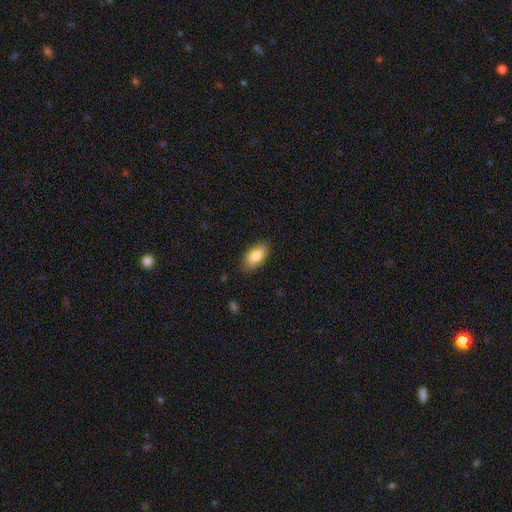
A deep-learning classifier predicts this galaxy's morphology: type=smooth (81%); roundness=in between (89%); merging=none (84%).